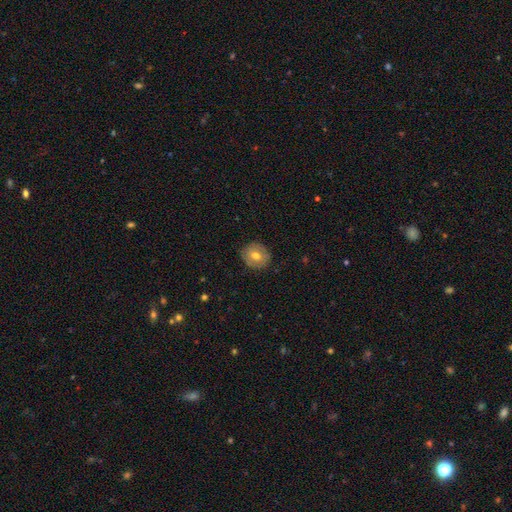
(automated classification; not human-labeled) Overall: smooth (66%; featured or disk 26%). How rounded: round (86%). Merging: none (85%).